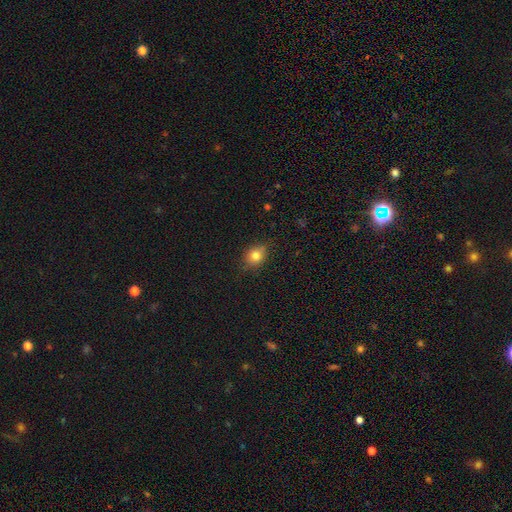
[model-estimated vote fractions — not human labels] A smooth galaxy with no disk features (82%) that is round (60%). Merging: none (77%).